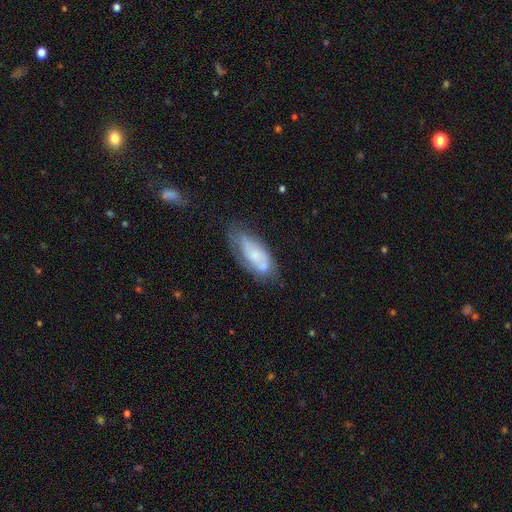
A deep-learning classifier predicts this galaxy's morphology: smooth_or_featured: featured or disk (p=0.47) [alt: smooth p=0.45]
merging: none (p=0.53) [alt: minor disturbance p=0.27]